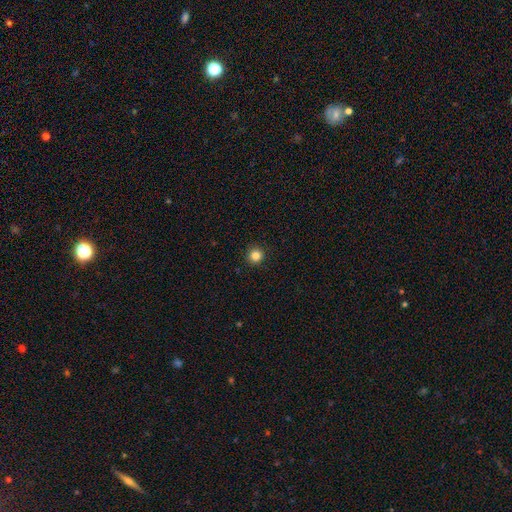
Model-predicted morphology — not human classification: Smooth or featured: smooth — 84% (star or artifact — 12%)
How rounded: round — 95% (in between — 4%)
Merging: none — 93% (minor disturbance — 5%)